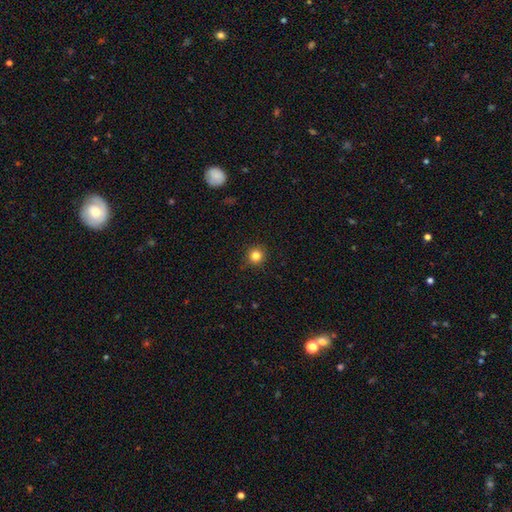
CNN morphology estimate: This appears to be a smooth galaxy with no disk features (83%) that is round (93%). Merging: none (90%).